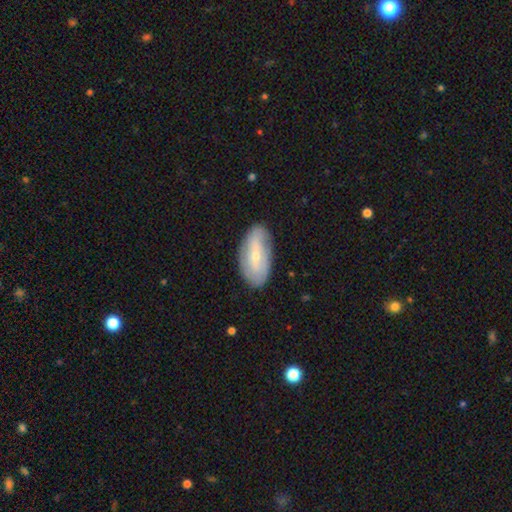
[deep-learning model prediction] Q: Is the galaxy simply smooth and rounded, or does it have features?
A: featured or disk — 53%.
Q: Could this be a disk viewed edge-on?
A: no — 88%.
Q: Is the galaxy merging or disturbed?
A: none — 80%.